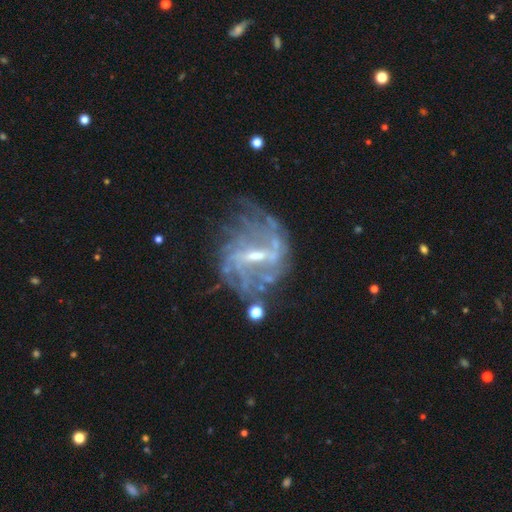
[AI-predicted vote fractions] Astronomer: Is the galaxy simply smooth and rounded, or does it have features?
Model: featured or disk — 83%.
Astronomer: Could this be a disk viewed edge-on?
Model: no — 96%.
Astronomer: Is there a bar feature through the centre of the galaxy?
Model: strong — 48% (runner-up: weak, 40%).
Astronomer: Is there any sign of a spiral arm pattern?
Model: yes — 84%.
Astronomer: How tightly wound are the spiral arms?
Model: loose — 37% (runner-up: medium, 35%).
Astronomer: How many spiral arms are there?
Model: can't tell — 38% (runner-up: 2, 33%).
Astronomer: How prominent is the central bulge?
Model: small — 59%.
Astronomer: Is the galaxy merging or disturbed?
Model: none — 56%.